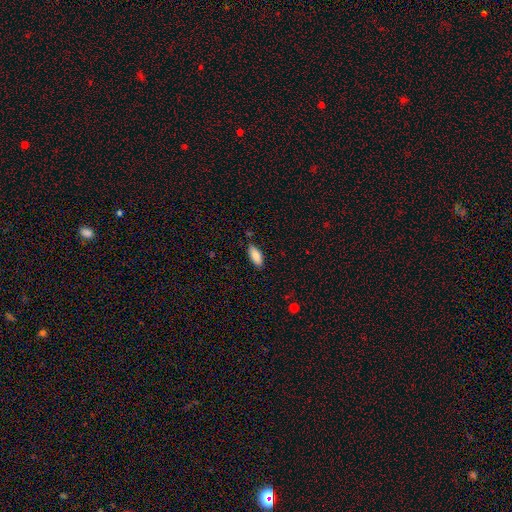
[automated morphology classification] Smooth or featured?
  - smooth: 87% *
  - star or artifact: 6%
  - featured or disk: 6%
How rounded?
  - in between: 82% *
  - cigar-shaped: 16%
  - round: 2%
Merging?
  - none: 82% *
  - minor disturbance: 13%
  - major disturbance: 2%
  - merger: 2%